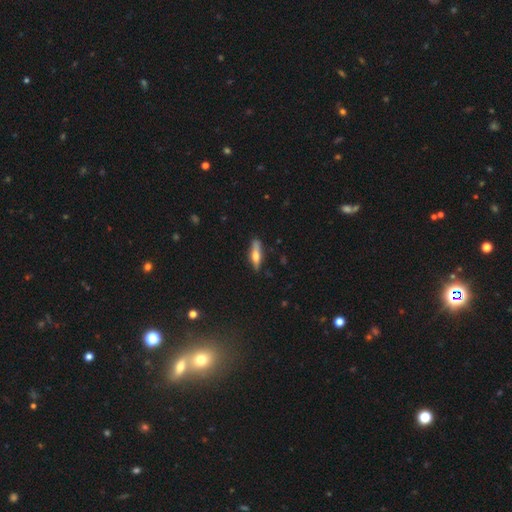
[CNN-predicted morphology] This is possibly a smooth galaxy (51%). How rounded: likely cigar-shaped (66%). Merging: clearly none (82%).